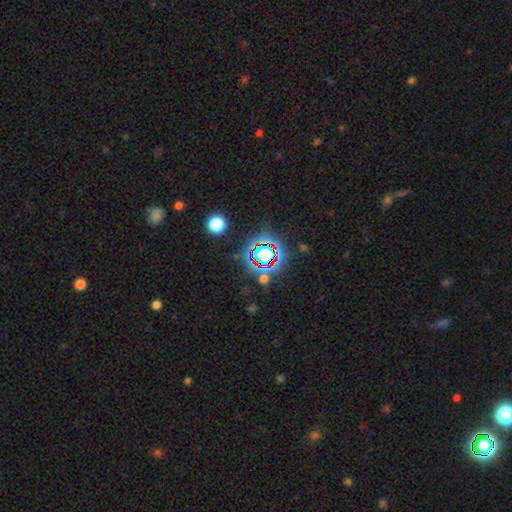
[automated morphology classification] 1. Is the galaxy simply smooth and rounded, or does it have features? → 76% star or artifact, 14% smooth, 9% featured or disk.